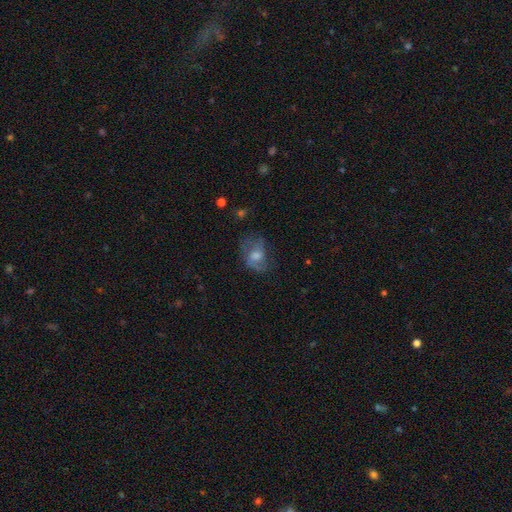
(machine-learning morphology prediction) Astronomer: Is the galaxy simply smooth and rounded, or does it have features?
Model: featured or disk — 52% (runner-up: smooth, 35%).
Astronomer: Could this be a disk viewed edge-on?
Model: no — 96%.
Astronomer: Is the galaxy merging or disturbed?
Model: none — 53%.